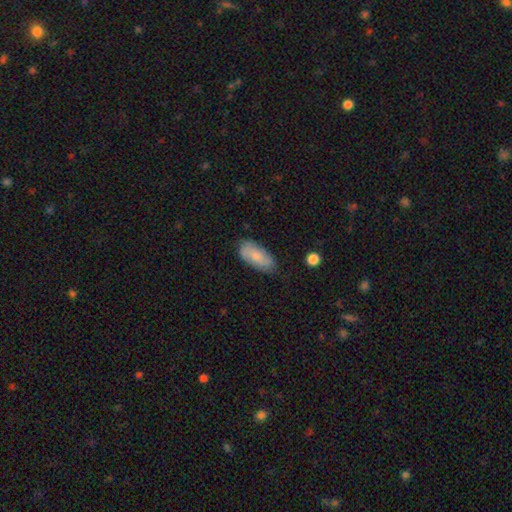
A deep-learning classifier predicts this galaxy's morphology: Smooth or featured: smooth — 66% (featured or disk — 27%)
How rounded: in between — 90% (cigar-shaped — 7%)
Merging: none — 73% (minor disturbance — 21%)